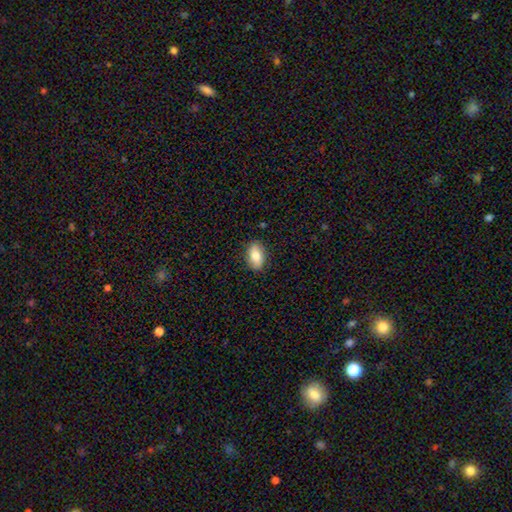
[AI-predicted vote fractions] A smooth galaxy with no disk features (79%) that is in between round and cigar-shaped (90%).

Vote fractions:
- Smooth or featured? smooth: 79% / featured or disk: 14% / star or artifact: 7%
- How rounded? in between: 90% / round: 7% / cigar-shaped: 4%
- Merging? none: 86% / minor disturbance: 11% / major disturbance: 2% / merger: 1%